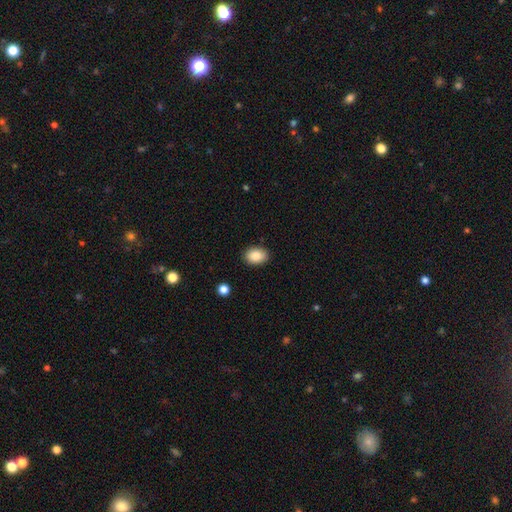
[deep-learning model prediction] smooth-or-featured: smooth: 86% | star or artifact: 8% | featured or disk: 6%
  how-rounded: in between: 75% | round: 24% | cigar-shaped: 1%
  merging: none: 89% | minor disturbance: 8% | major disturbance: 2% | merger: 1%